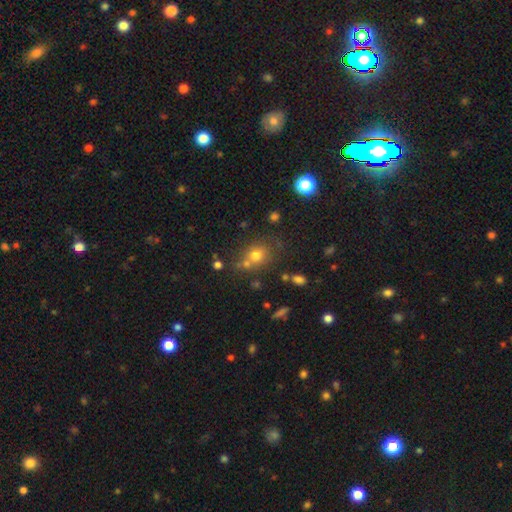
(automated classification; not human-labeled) Smooth or featured: smooth — 71% (star or artifact — 17%)
How rounded: round — 67% (in between — 31%)
Merging: none — 59% (merger — 21%)